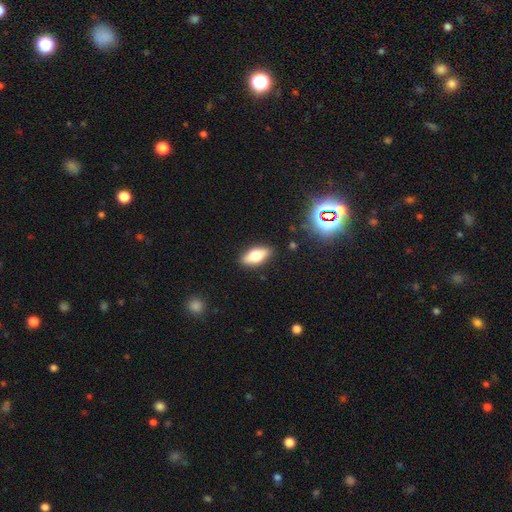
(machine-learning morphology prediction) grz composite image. It shows a smooth galaxy with no disk features (61%) that is in between round and cigar-shaped (80%). Merging: none (87%).